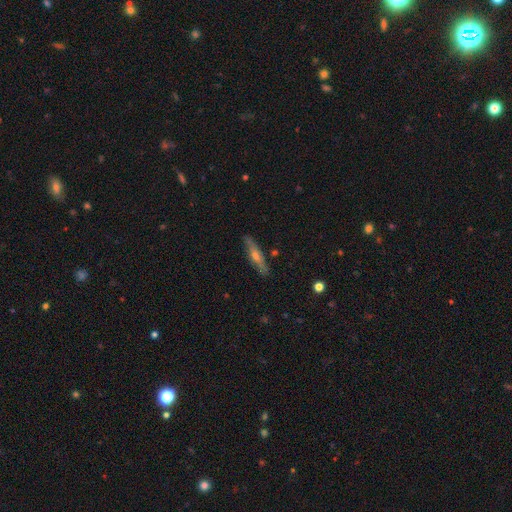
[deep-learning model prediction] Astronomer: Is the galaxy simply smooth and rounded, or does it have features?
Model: featured or disk — 60%.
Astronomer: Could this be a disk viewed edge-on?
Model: yes — 89%.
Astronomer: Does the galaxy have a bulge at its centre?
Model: rounded — 85%.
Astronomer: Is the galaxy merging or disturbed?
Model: none — 87%.